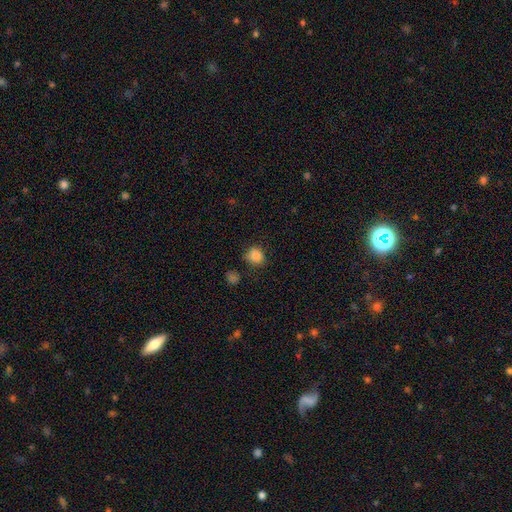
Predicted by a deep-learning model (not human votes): A smooth galaxy with no disk features (85%) that is round (79%). Merging: none (74%).